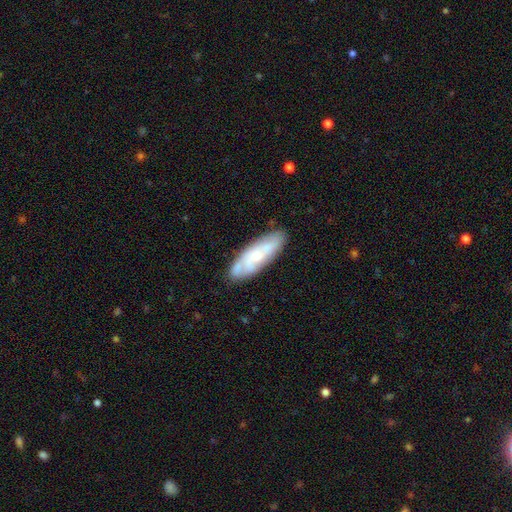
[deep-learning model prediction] A featured or disk galaxy (53%). Merging: none (76%).